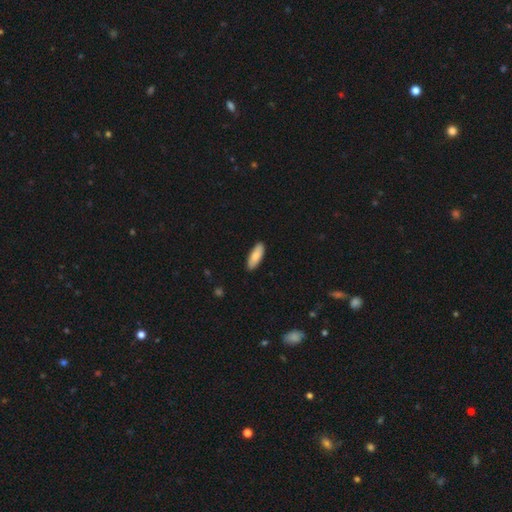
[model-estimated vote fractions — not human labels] smooth_or_featured: smooth (p=0.83) [alt: featured or disk p=0.11]
how_rounded: in between (p=0.69) [alt: cigar-shaped p=0.30]
merging: none (p=0.89) [alt: minor disturbance p=0.09]